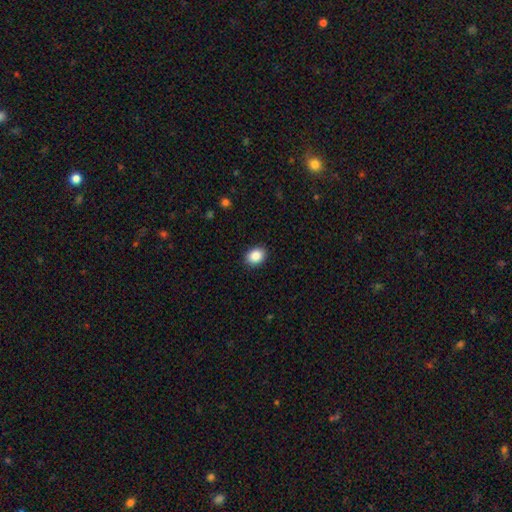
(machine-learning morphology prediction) smooth 88%, star or artifact 8%, featured or disk 4%. Down the decision tree: how rounded — in between (59%); merging — none (90%).